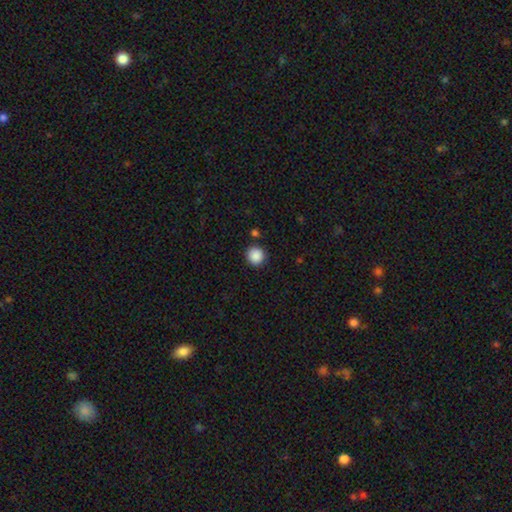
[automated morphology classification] This appears to be a smooth galaxy with no disk features (88%) that is round (94%). Merging: none (89%).